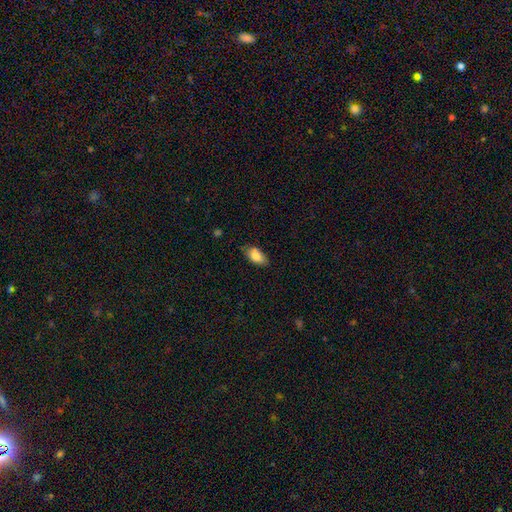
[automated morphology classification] This is clearly a smooth galaxy (85%). How rounded: clearly in between (92%). Merging: likely none (74%).